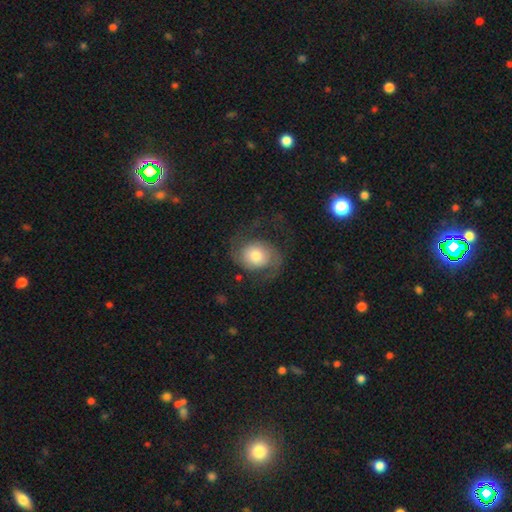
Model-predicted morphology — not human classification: Overall: featured or disk (63%; smooth 30%). Edge-on disk: no (97%). Bar: no (76%). Spiral arms: yes (89%). Spiral arm count: 2 (86%). Spiral winding: medium (41%; loose 40%). Bulge size: moderate (50%; small 23%). Merging: none (57%; major disturbance 25%).